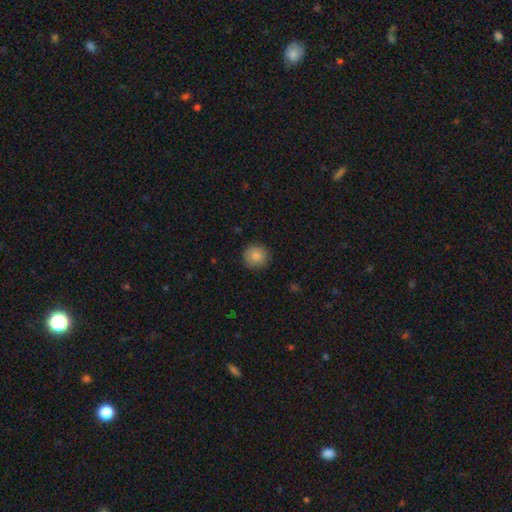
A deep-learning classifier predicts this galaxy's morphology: Smooth or featured? Predicted: smooth (p=0.86). How rounded? Predicted: round (p=0.93). Merging? Predicted: none (p=0.89).